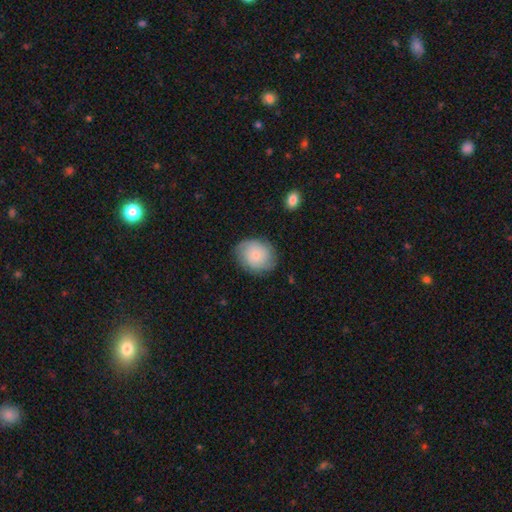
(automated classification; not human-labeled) A smooth galaxy with no disk features (61%) that is round (62%).

Vote fractions:
- Smooth or featured? smooth: 61% / featured or disk: 31% / star or artifact: 8%
- How rounded? round: 62% / in between: 37% / cigar-shaped: 1%
- Merging? none: 77% / minor disturbance: 17% / major disturbance: 5% / merger: 1%